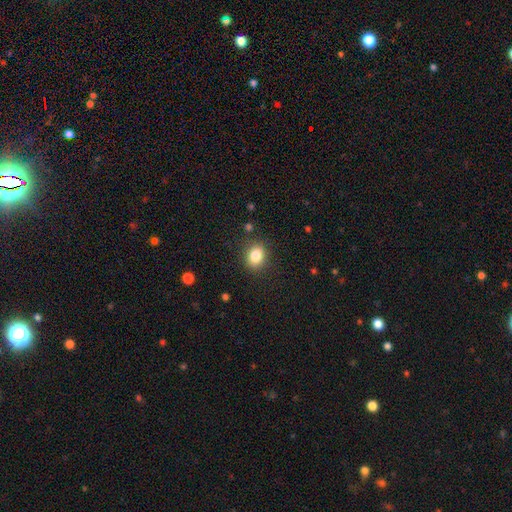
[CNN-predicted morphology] Smooth or featured: smooth — 84% (star or artifact — 10%)
How rounded: round — 50% (in between — 49%)
Merging: none — 85% (minor disturbance — 10%)